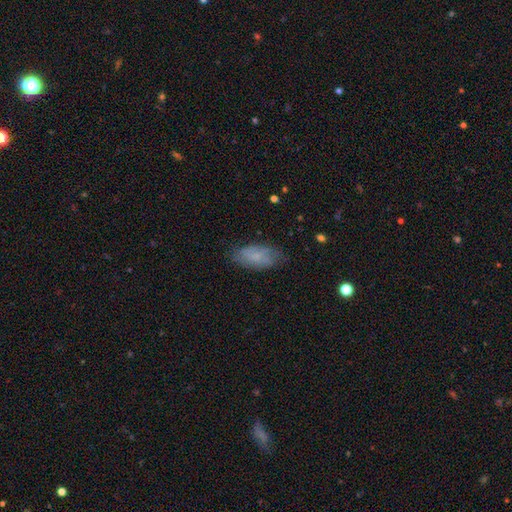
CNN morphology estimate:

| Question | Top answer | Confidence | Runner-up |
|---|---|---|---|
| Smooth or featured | smooth | 65% | featured or disk (26%) |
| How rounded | in between | 89% | cigar-shaped (8%) |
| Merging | none | 72% | minor disturbance (21%) |